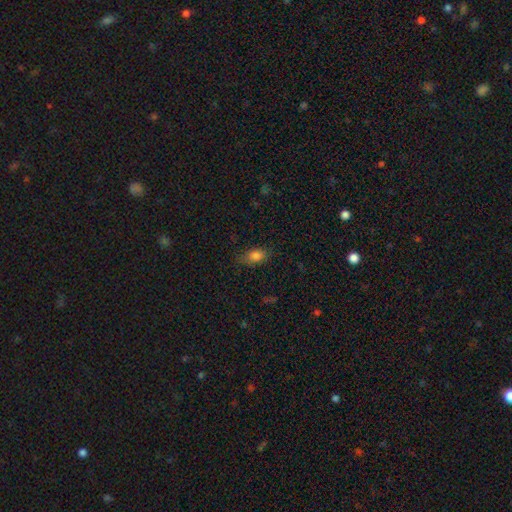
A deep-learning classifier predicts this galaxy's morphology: A smooth galaxy with no disk features (82%) that is in between round and cigar-shaped (82%). Merging: none (76%).